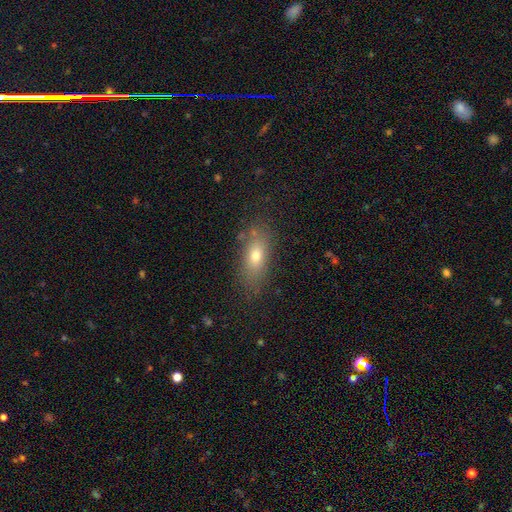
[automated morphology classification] Overall: smooth (71%). How rounded: in between (74%). Merging: none (78%).